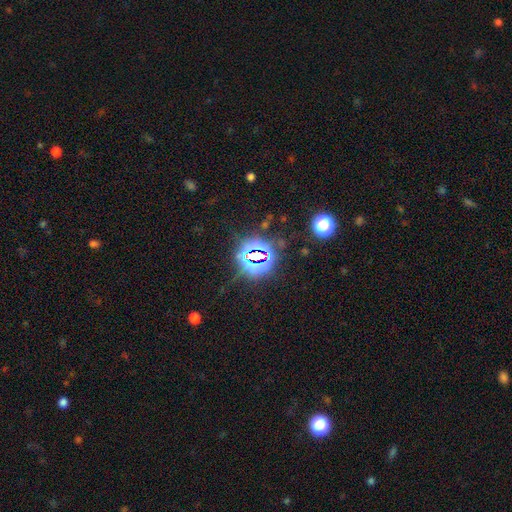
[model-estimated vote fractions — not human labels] Smooth or featured? Predicted: star or artifact (p=0.79).